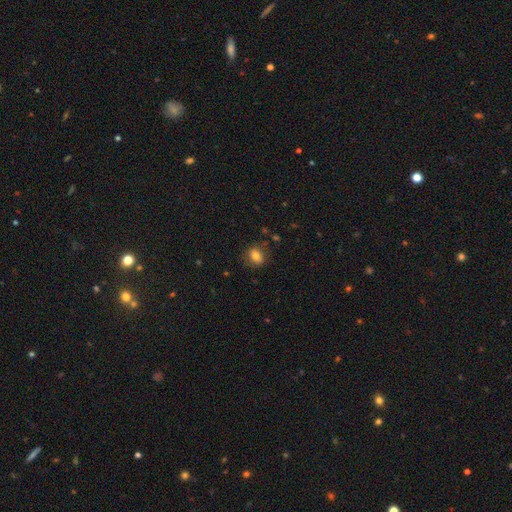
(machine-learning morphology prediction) A smooth galaxy with no disk features (78%) that is in between round and cigar-shaped (54%).

Vote fractions:
- Smooth or featured? smooth: 78% / featured or disk: 12% / star or artifact: 10%
- How rounded? in between: 54% / round: 44% / cigar-shaped: 2%
- Merging? none: 83% / minor disturbance: 12% / major disturbance: 4% / merger: 2%